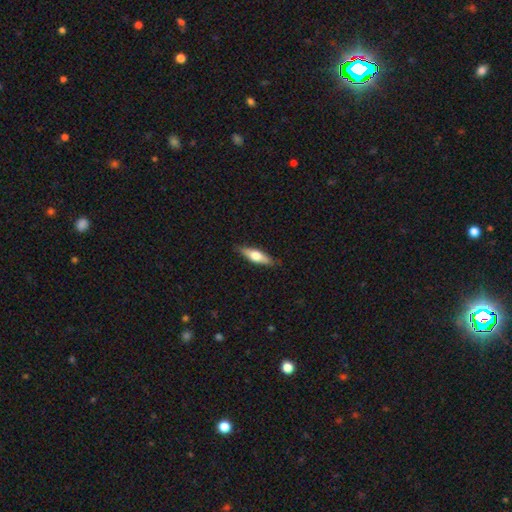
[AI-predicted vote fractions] A smooth galaxy with no disk features (57%) that is cigar-shaped (56%). Merging: none (85%).